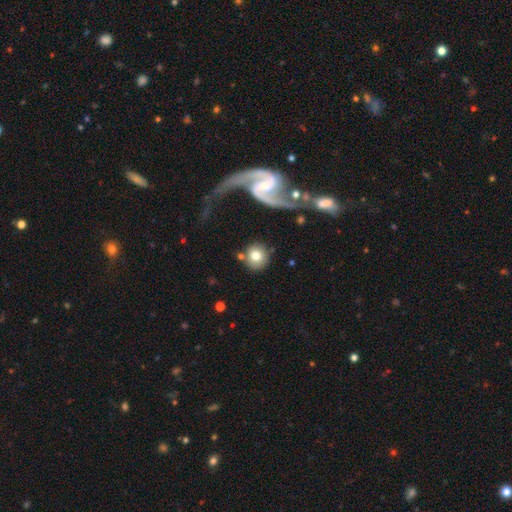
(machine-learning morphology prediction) Smooth or featured? smooth (73%)
How rounded? round (90%)
Merging? none (74%)